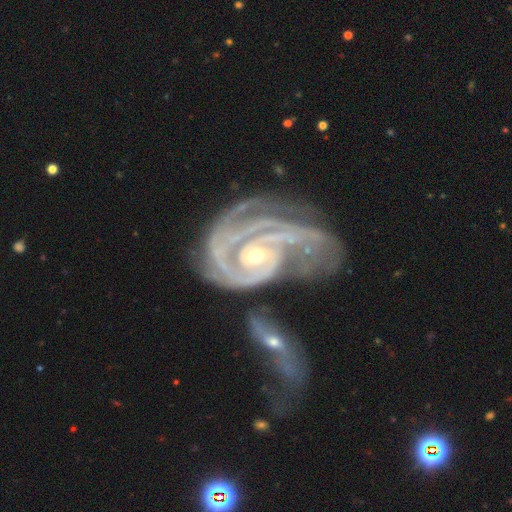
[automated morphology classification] This appears to be a featured or disk galaxy (92%) with no bar (55%), 2 (34%) tight (61%) spiral arms (97%) and a moderate central bulge (48%). Merging: major disturbance (35%).